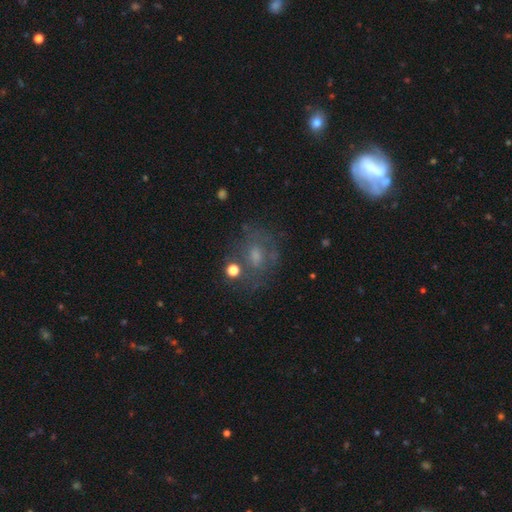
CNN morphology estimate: smooth-or-featured: featured or disk: 42% | smooth: 37% | star or artifact: 20%
  merging: none: 60% | minor disturbance: 18% | major disturbance: 15% | merger: 7%